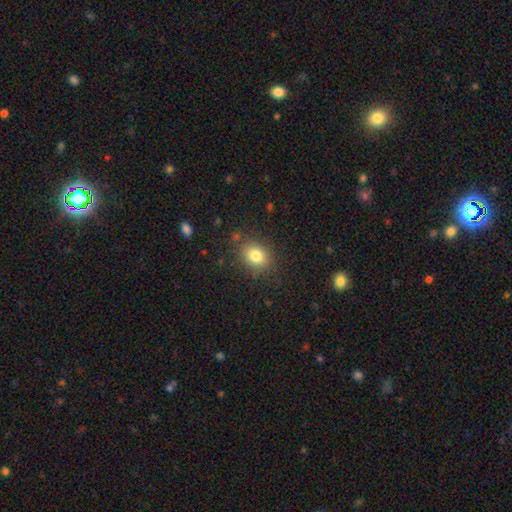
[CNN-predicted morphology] Smooth or featured? Predicted: smooth (p=0.80). How rounded? Predicted: round (p=0.56). Merging? Predicted: none (p=0.83).